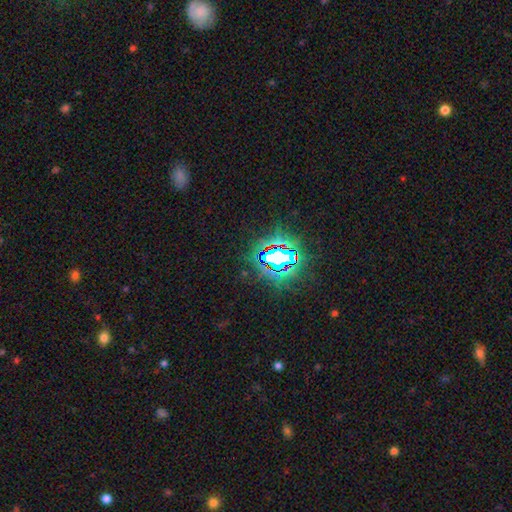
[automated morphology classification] The model was most divided on "smooth or featured": star or artifact: 80%, smooth: 12%, featured or disk: 8%.